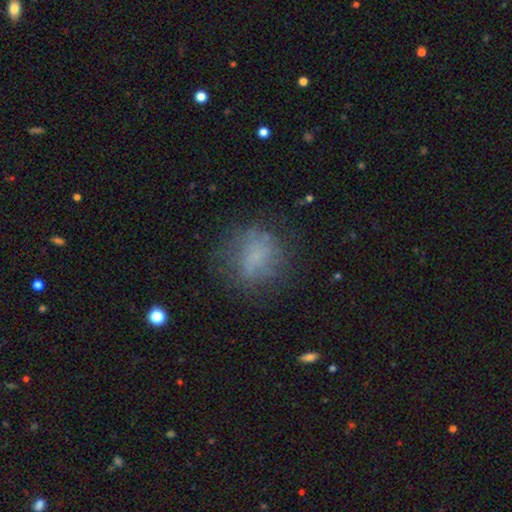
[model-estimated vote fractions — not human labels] smooth 62%, featured or disk 22%, star or artifact 16%. Down the decision tree: how rounded — round (64%); merging — none (64%).